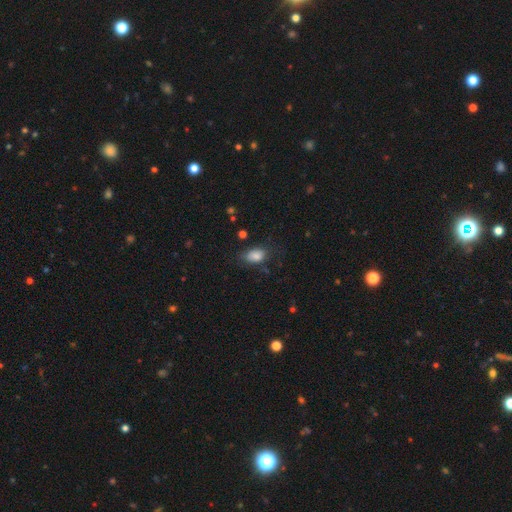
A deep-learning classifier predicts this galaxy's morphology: Smooth or featured?
  - smooth: 84% *
  - star or artifact: 9%
  - featured or disk: 7%
How rounded?
  - in between: 86% *
  - round: 12%
  - cigar-shaped: 2%
Merging?
  - none: 65% *
  - minor disturbance: 23%
  - major disturbance: 9%
  - merger: 2%